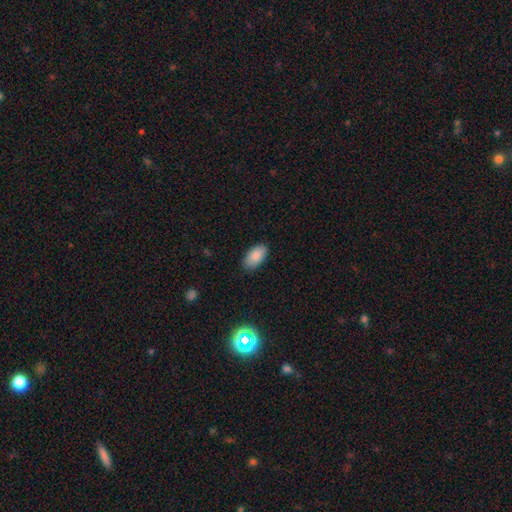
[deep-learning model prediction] A smooth galaxy with no disk features (88%) that is in between round and cigar-shaped (95%).

Vote fractions:
- Smooth or featured? smooth: 88% / star or artifact: 7% / featured or disk: 6%
- How rounded? in between: 95% / round: 3% / cigar-shaped: 2%
- Merging? none: 86% / minor disturbance: 11% / major disturbance: 2% / merger: 1%